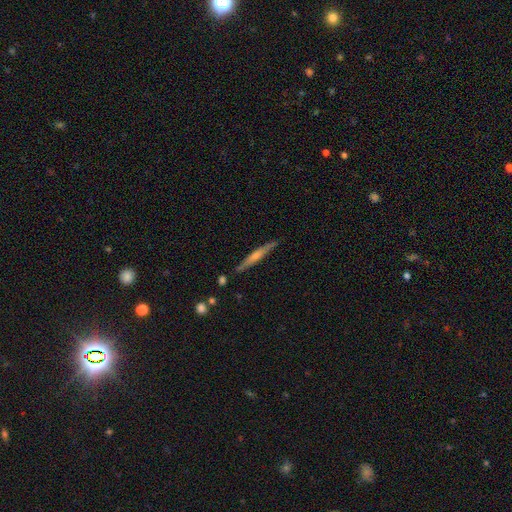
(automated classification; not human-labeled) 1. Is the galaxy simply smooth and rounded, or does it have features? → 61% featured or disk, 33% smooth, 6% star or artifact.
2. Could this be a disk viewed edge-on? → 96% yes, 4% no.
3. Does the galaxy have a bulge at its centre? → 60% rounded, 29% none, 11% boxy.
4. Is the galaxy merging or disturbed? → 86% none, 10% minor disturbance, 2% merger, 2% major disturbance.